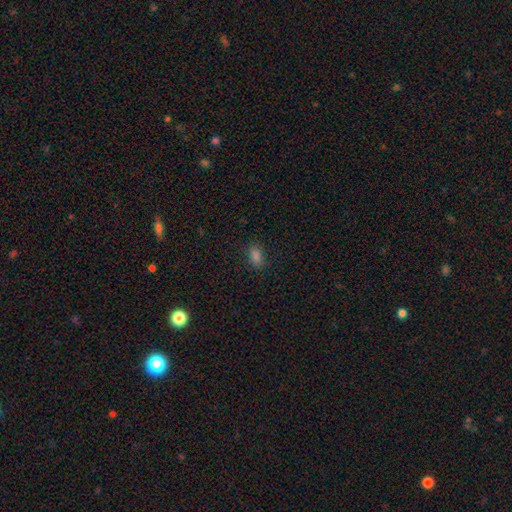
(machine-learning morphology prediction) This appears to be a smooth galaxy with no disk features (80%) that is in between round and cigar-shaped (85%). Merging: none (86%).